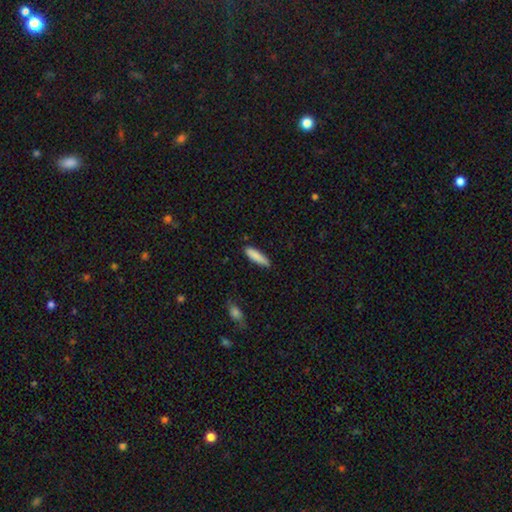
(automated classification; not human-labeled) This is clearly a smooth galaxy (86%). How rounded: likely cigar-shaped (71%). Merging: clearly none (82%).